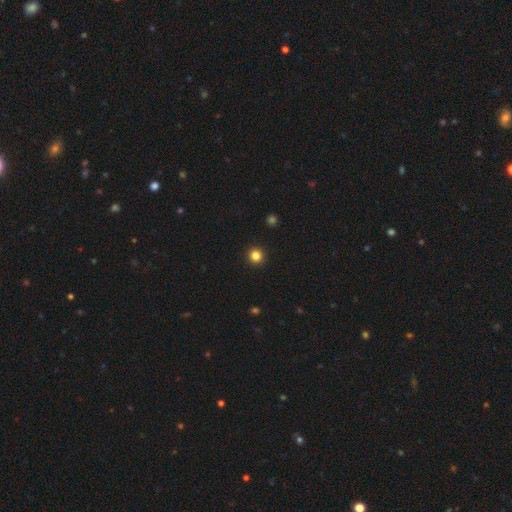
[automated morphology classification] Q: Smooth or featured?
A: smooth (84%); runner-up: star or artifact (12%)
Q: How rounded?
A: round (95%); runner-up: in between (4%)
Q: Merging?
A: none (94%); runner-up: minor disturbance (4%)